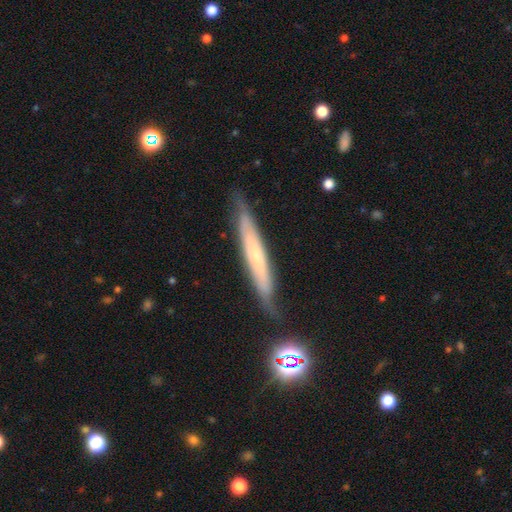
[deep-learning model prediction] Morphology: type=featured or disk (54%); edge-on=yes (80%); merging=none (79%).